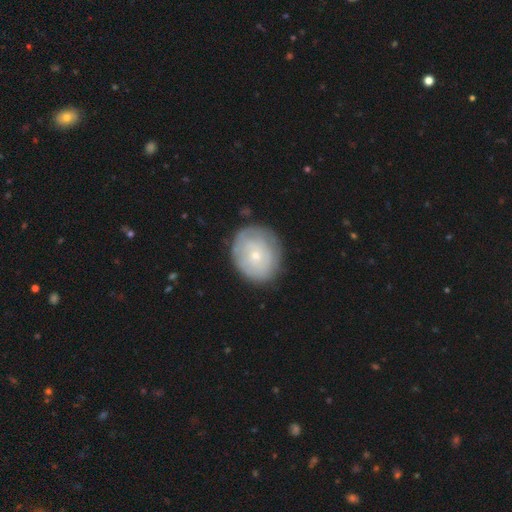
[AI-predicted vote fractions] Smooth or featured? smooth (48%)
Merging? none (76%)